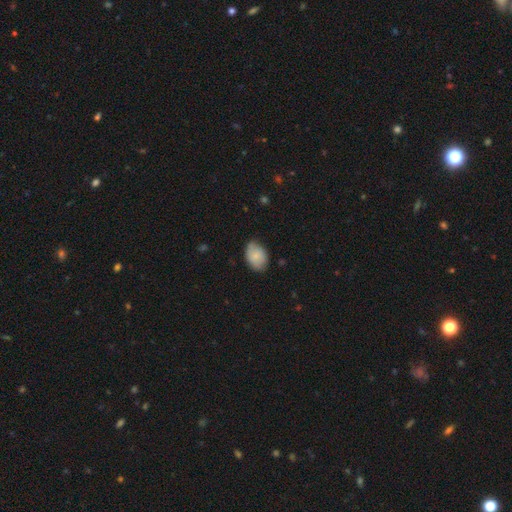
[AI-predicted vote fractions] A smooth galaxy with no disk features (80%) that is in between round and cigar-shaped (81%).

Vote fractions:
- Smooth or featured? smooth: 80% / featured or disk: 13% / star or artifact: 7%
- How rounded? in between: 81% / round: 18% / cigar-shaped: 1%
- Merging? none: 71% / minor disturbance: 24% / major disturbance: 4% / merger: 1%